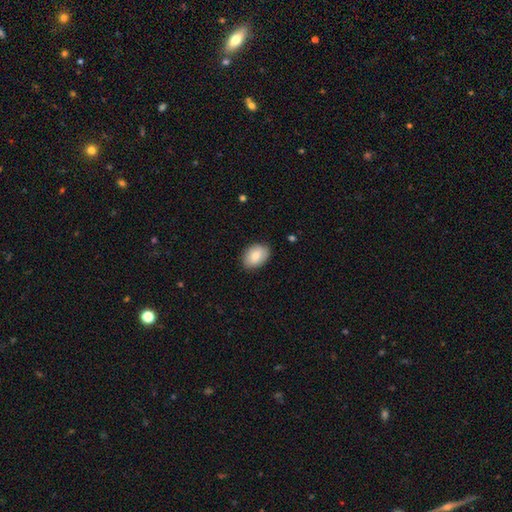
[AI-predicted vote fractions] A smooth galaxy with no disk features (81%) that is in between round and cigar-shaped (80%).

Vote fractions:
- Smooth or featured? smooth: 81% / featured or disk: 12% / star or artifact: 7%
- How rounded? in between: 80% / round: 19% / cigar-shaped: 1%
- Merging? none: 84% / minor disturbance: 13% / major disturbance: 2% / merger: 1%